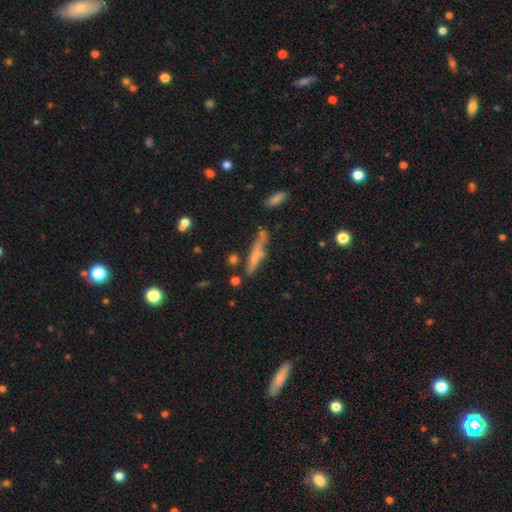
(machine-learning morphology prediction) This is likely a smooth galaxy (61%). How rounded: clearly cigar-shaped (89%). Merging: likely none (62%).